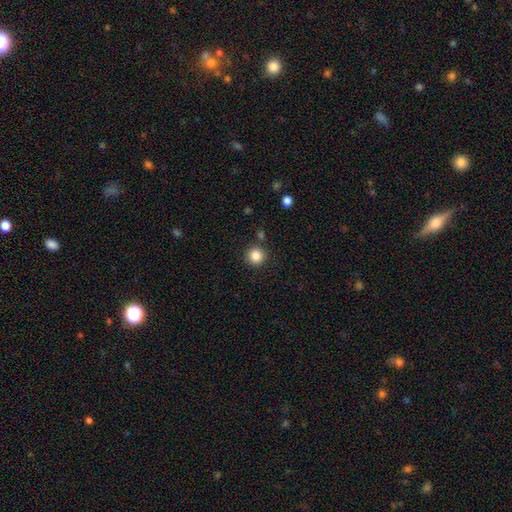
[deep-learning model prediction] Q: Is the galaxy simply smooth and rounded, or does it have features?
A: smooth — 86%.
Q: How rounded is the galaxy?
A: round — 95%.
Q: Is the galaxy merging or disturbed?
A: none — 88%.